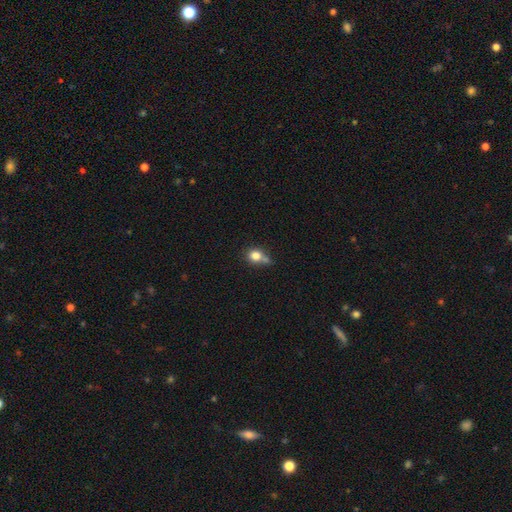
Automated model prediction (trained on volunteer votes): smooth_or_featured: smooth (p=0.78) [alt: featured or disk p=0.11]
how_rounded: round (p=0.72) [alt: in between p=0.26]
merging: none (p=0.45) [alt: merger p=0.26]